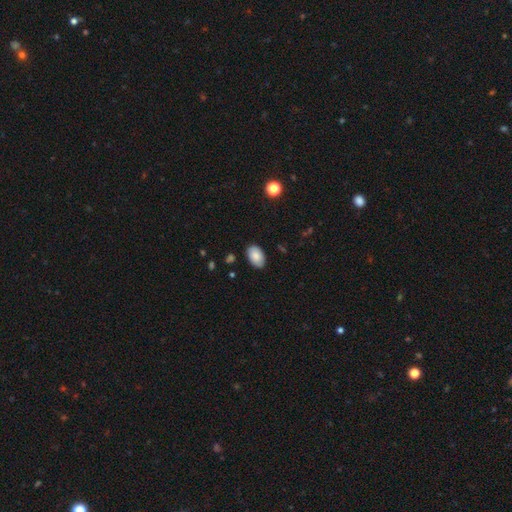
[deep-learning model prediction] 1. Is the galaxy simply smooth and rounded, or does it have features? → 86% smooth, 7% featured or disk, 7% star or artifact.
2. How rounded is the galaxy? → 91% in between, 8% round, 1% cigar-shaped.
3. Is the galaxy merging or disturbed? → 85% none, 11% minor disturbance, 2% major disturbance, 1% merger.